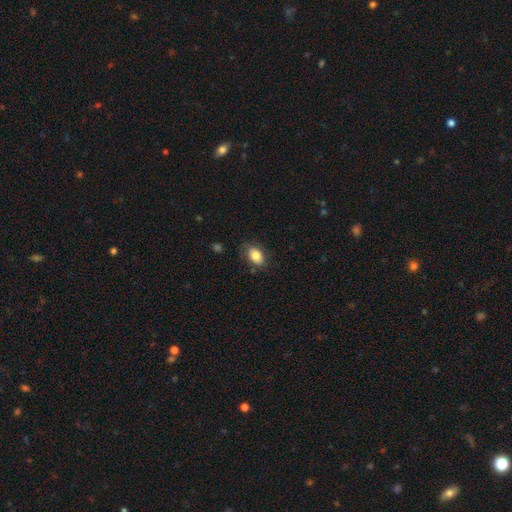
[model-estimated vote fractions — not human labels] This is clearly a smooth galaxy (82%). How rounded: clearly in between (86%). Merging: likely none (75%).